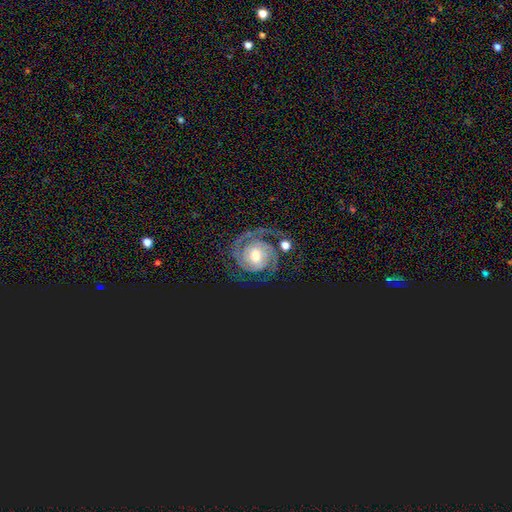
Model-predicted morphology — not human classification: Smooth or featured? Predicted: featured or disk (p=0.85). Edge-on disk? Predicted: no (p=0.98). Bar? Predicted: no (p=0.51). Spiral arms? Predicted: yes (p=0.98). Spiral winding? Predicted: tight (p=0.72). Spiral arm count? Predicted: 2 (p=0.64). Bulge size? Predicted: moderate (p=0.66). Merging? Predicted: none (p=0.70).